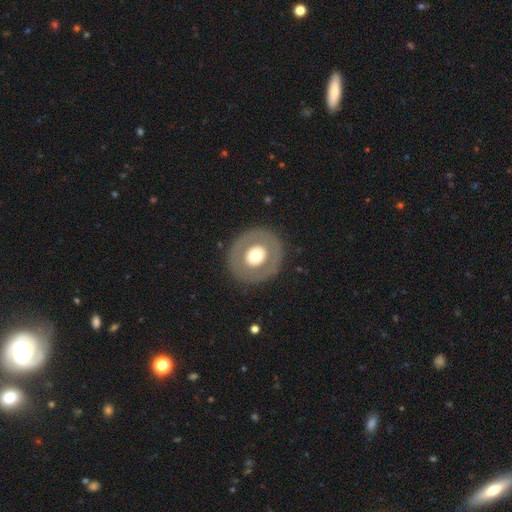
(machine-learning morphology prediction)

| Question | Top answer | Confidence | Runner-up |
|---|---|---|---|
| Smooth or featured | smooth | 50% | featured or disk (44%) |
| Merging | none | 85% | minor disturbance (8%) |